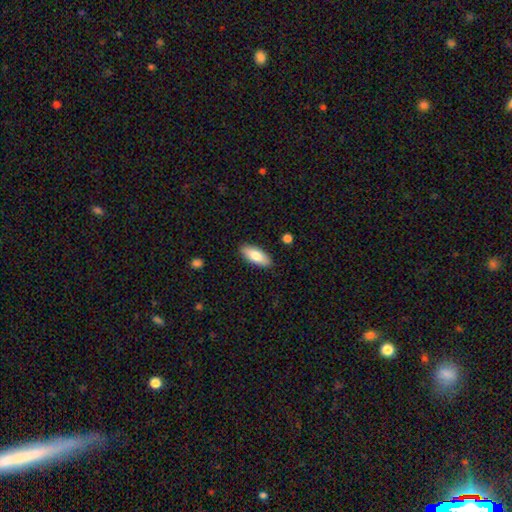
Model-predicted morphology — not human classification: This appears to be a smooth galaxy with no disk features (78%) that is in between round and cigar-shaped (80%). Merging: none (89%).